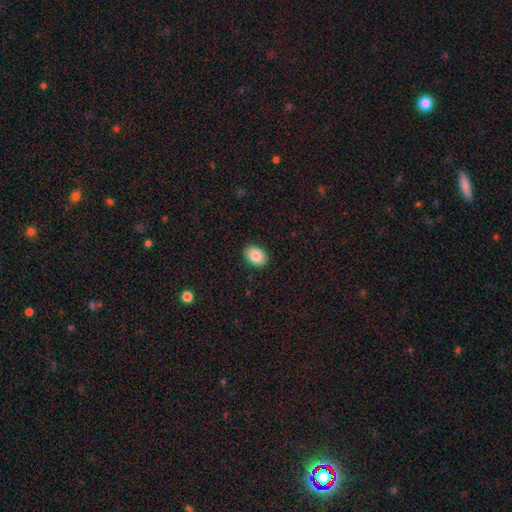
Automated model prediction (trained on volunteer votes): Smooth or featured? smooth (87%)
How rounded? in between (80%)
Merging? none (90%)